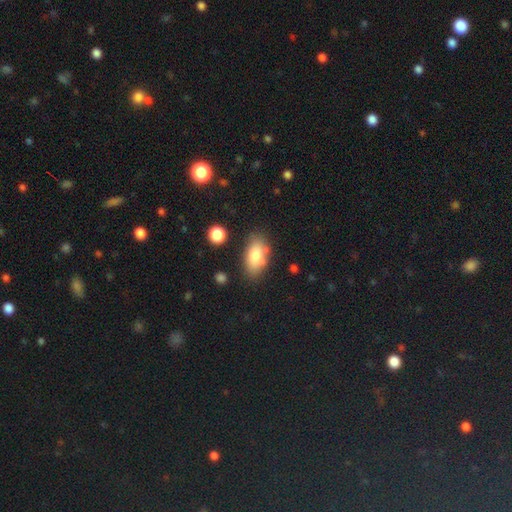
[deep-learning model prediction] Overall: smooth (78%). How rounded: in between (90%). Merging: none (68%).